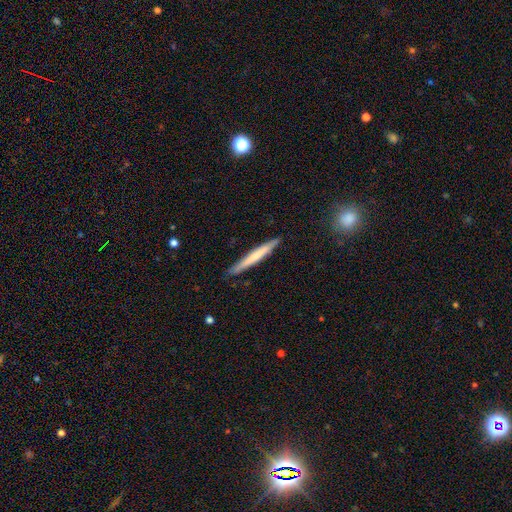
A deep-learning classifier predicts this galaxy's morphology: Smooth or featured? Predicted: smooth (p=0.59). How rounded? Predicted: cigar-shaped (p=0.96). Merging? Predicted: none (p=0.89).